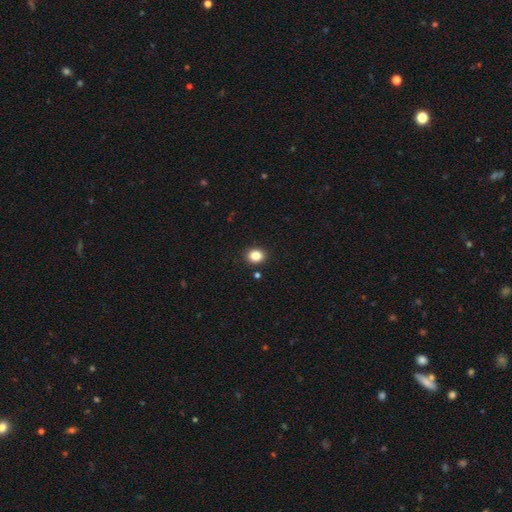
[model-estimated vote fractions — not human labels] smooth_or_featured: smooth (p=0.84) [alt: star or artifact p=0.11]
how_rounded: round (p=0.62) [alt: in between p=0.37]
merging: none (p=0.90) [alt: minor disturbance p=0.06]